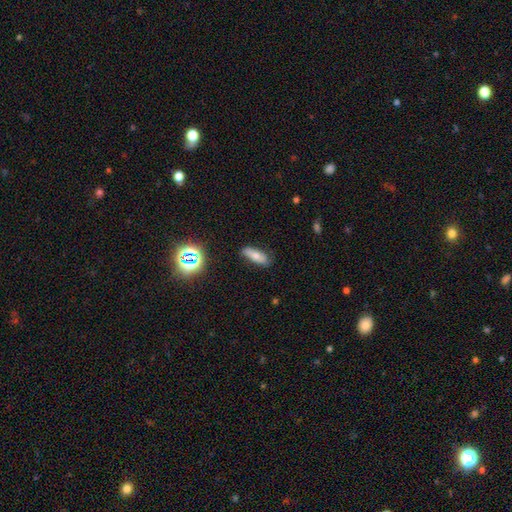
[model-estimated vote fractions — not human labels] smooth_or_featured: smooth (p=0.67) [alt: featured or disk p=0.21]
how_rounded: in between (p=0.63) [alt: cigar-shaped p=0.33]
merging: none (p=0.76) [alt: minor disturbance p=0.19]